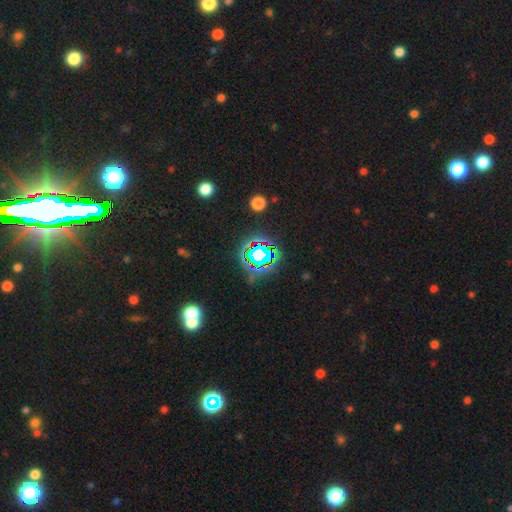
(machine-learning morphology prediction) smooth_or_featured: star or artifact (p=0.81) [alt: smooth p=0.11]